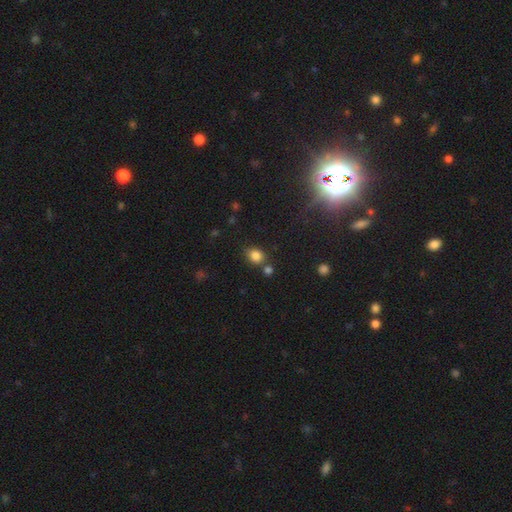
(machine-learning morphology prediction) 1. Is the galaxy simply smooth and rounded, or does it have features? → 83% smooth, 12% star or artifact, 5% featured or disk.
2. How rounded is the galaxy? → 56% round, 43% in between, 1% cigar-shaped.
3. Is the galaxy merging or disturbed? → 69% none, 15% merger, 13% minor disturbance, 4% major disturbance.